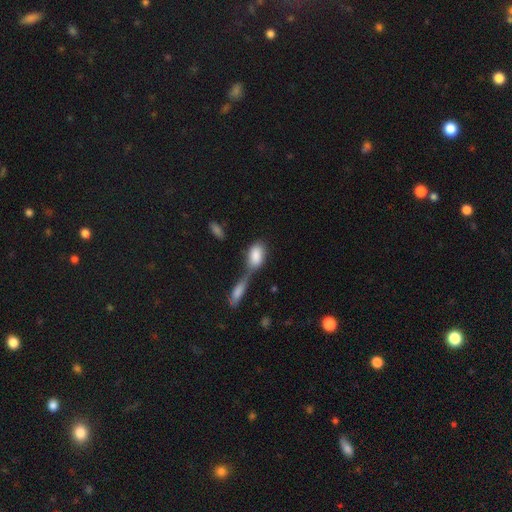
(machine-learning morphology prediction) Overall: smooth (83%). How rounded: in between (90%). Merging: merger (62%).